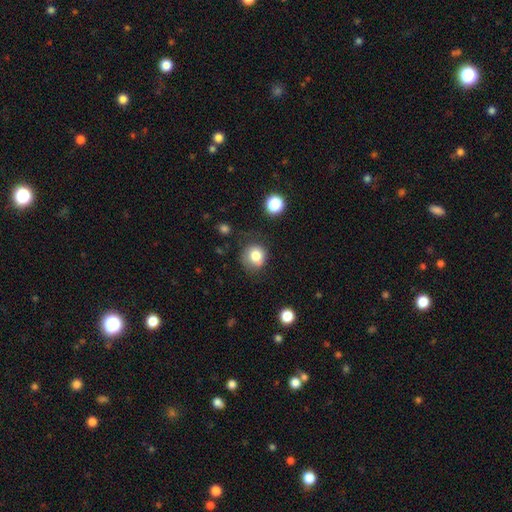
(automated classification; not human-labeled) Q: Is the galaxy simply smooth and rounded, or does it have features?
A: smooth — 80%.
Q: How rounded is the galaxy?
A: round — 84%.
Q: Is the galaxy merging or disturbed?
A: none — 66%.